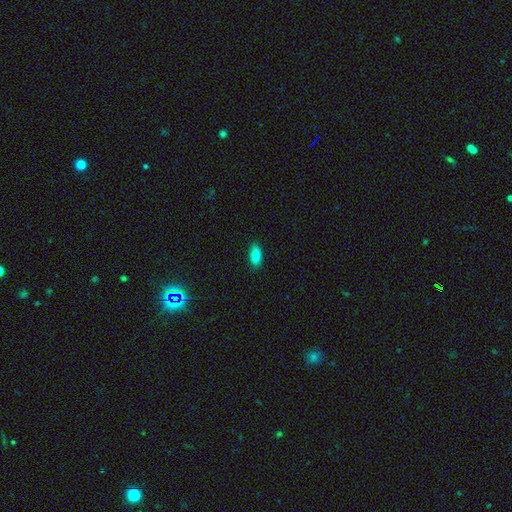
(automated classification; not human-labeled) Smooth or featured?
  - smooth: 87% *
  - star or artifact: 8%
  - featured or disk: 5%
How rounded?
  - in between: 86% *
  - cigar-shaped: 11%
  - round: 2%
Merging?
  - none: 87% *
  - minor disturbance: 10%
  - major disturbance: 2%
  - merger: 1%